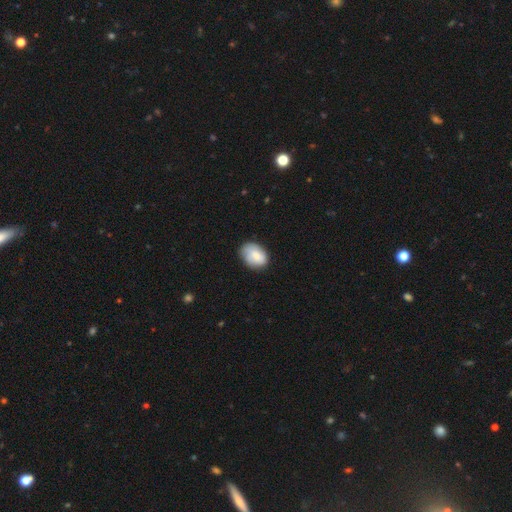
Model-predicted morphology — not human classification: Overall: smooth (78%). How rounded: in between (80%). Merging: none (68%).